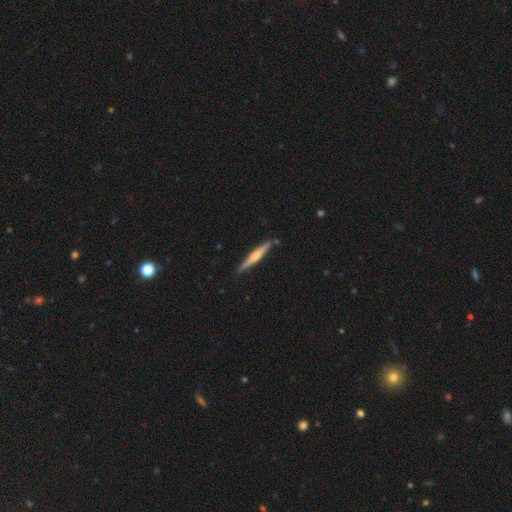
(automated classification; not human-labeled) Q: Smooth or featured?
A: featured or disk (52%); runner-up: smooth (43%)
Q: Edge-on disk?
A: yes (97%); runner-up: no (3%)
Q: Edge-on bulge?
A: rounded (65%); runner-up: none (23%)
Q: Merging?
A: none (87%); runner-up: minor disturbance (10%)